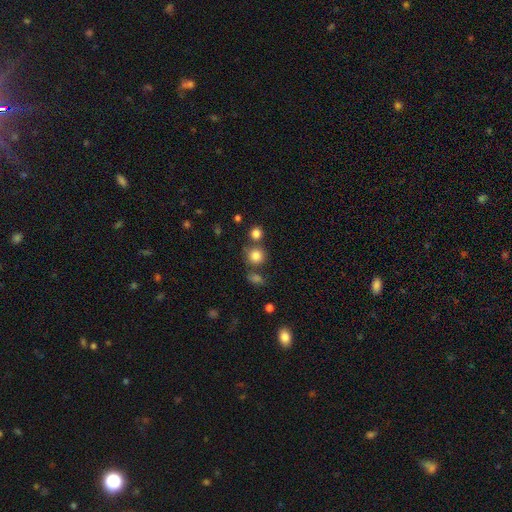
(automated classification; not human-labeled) Smooth or featured? Predicted: smooth (p=0.81). How rounded? Predicted: round (p=0.89). Merging? Predicted: none (p=0.69).